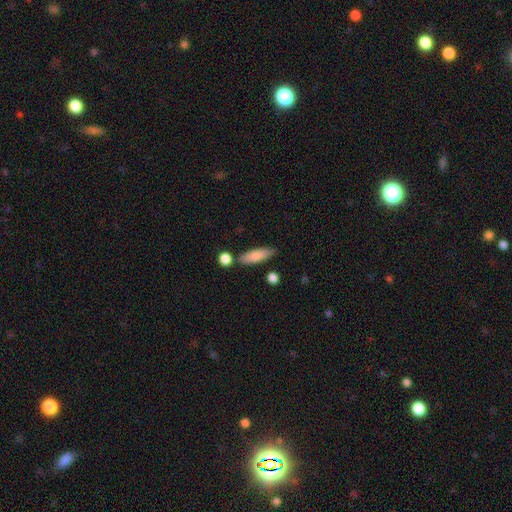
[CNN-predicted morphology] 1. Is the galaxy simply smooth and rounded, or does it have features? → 82% smooth, 12% featured or disk, 6% star or artifact.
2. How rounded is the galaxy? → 50% cigar-shaped, 47% in between, 3% round.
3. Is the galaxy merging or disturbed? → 74% none, 15% minor disturbance, 7% merger, 3% major disturbance.